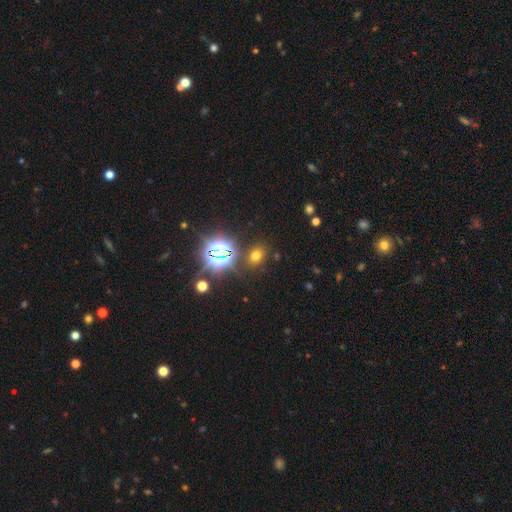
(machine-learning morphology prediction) Q: Smooth or featured?
A: smooth (58%); runner-up: star or artifact (34%)
Q: How rounded?
A: in between (62%); runner-up: round (37%)
Q: Merging?
A: none (84%); runner-up: minor disturbance (9%)